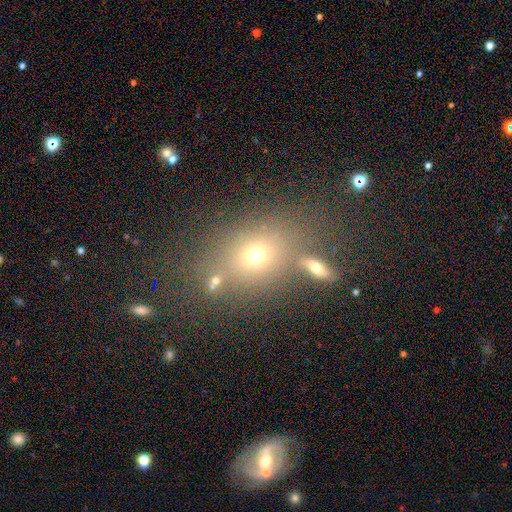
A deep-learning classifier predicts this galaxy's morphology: Q: Smooth or featured?
A: smooth (64%); runner-up: star or artifact (20%)
Q: How rounded?
A: in between (53%); runner-up: round (44%)
Q: Merging?
A: none (64%); runner-up: merger (16%)